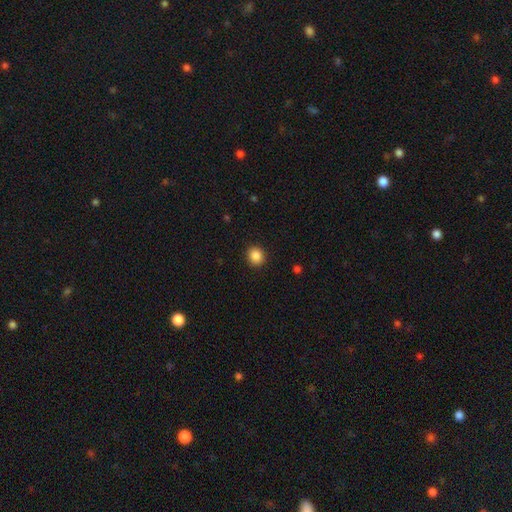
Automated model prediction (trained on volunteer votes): This is clearly a smooth galaxy (87%). How rounded: clearly round (83%). Merging: clearly none (91%).